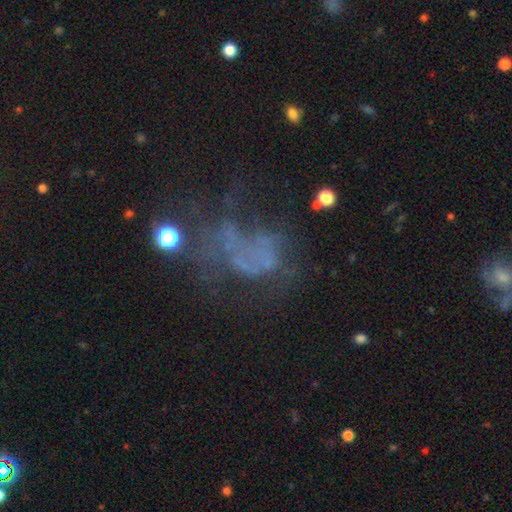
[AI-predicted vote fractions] featured or disk 48%, star or artifact 29%, smooth 23%. Down the decision tree: merging — major disturbance (43%).